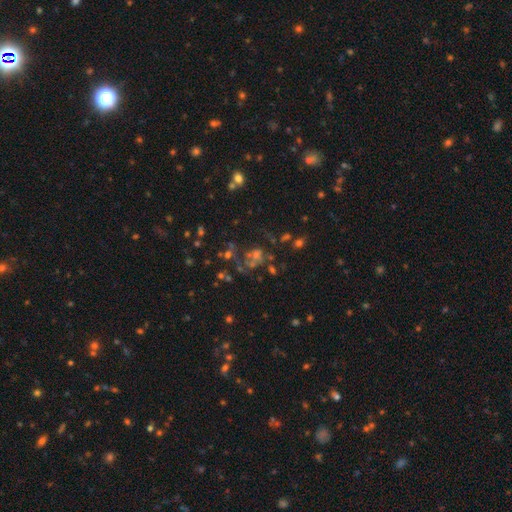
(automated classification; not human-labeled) smooth_or_featured: star or artifact (p=0.40) [alt: smooth p=0.30]